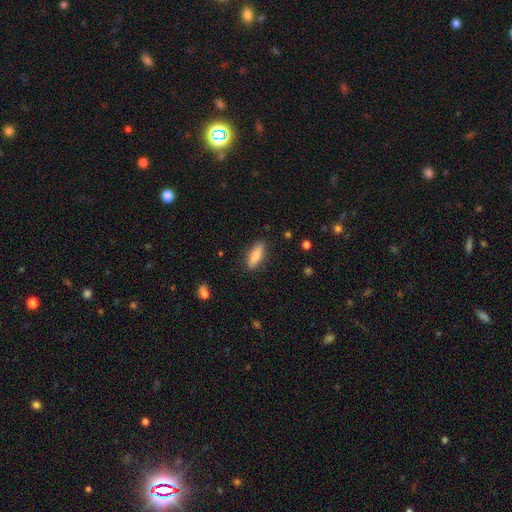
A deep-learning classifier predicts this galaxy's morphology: This is clearly a smooth galaxy (80%). How rounded: likely in between (60%). Merging: clearly none (87%).